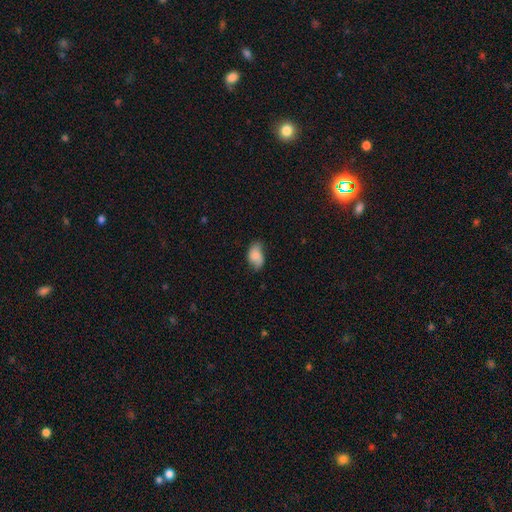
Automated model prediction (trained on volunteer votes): This appears to be a smooth galaxy with no disk features (74%) that is in between round and cigar-shaped (90%). Merging: none (56%).